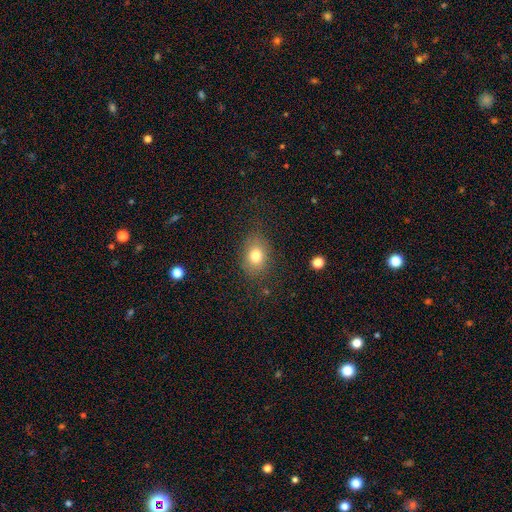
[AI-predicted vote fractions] Smooth or featured? smooth (77%)
How rounded? in between (68%)
Merging? none (78%)